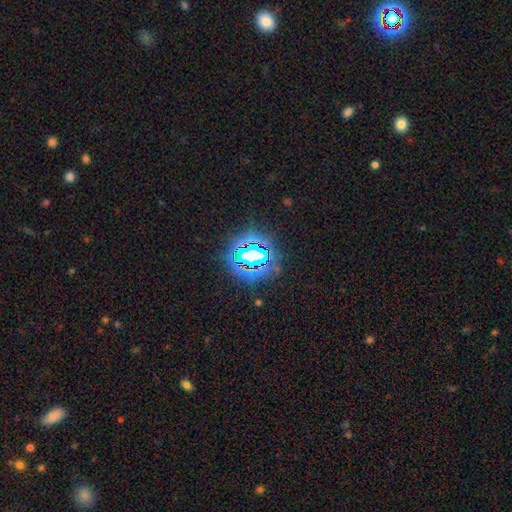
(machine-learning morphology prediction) type=star or artifact (78%).